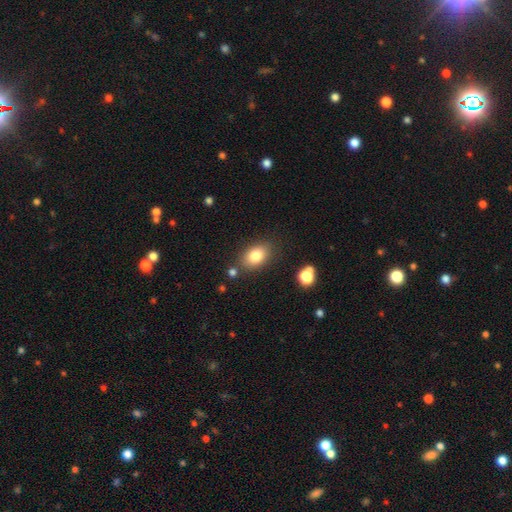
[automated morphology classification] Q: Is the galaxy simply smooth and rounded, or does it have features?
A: smooth — 82%.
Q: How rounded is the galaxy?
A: in between — 83%.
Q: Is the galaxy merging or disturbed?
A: none — 79%.